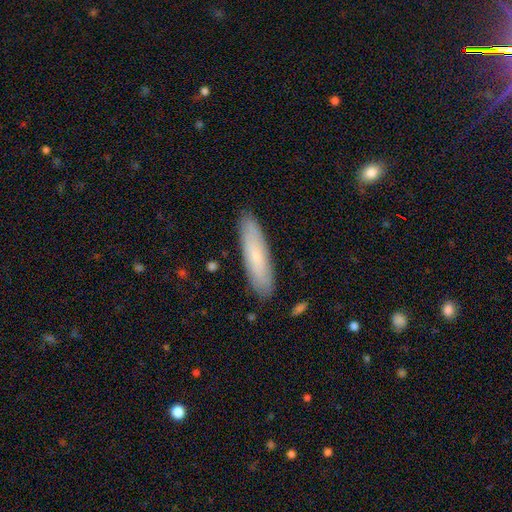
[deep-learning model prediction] Q: Smooth or featured?
A: smooth (68%); runner-up: featured or disk (26%)
Q: How rounded?
A: cigar-shaped (71%); runner-up: in between (27%)
Q: Merging?
A: none (87%); runner-up: minor disturbance (10%)